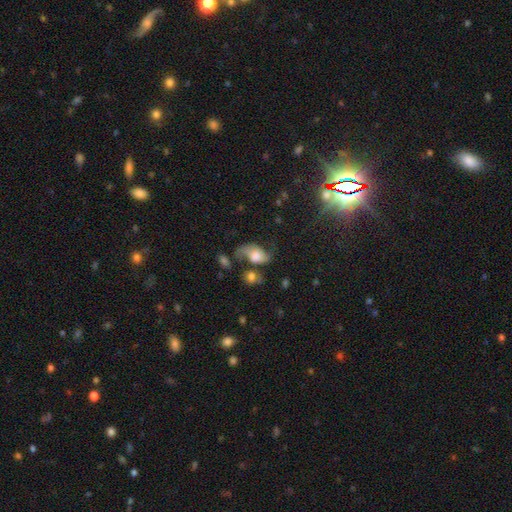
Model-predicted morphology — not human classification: type=featured or disk (55%); edge-on=no (95%); bar=no (63%); spiral arms=yes (84%); bulge=large (43%); merging=none (39%).